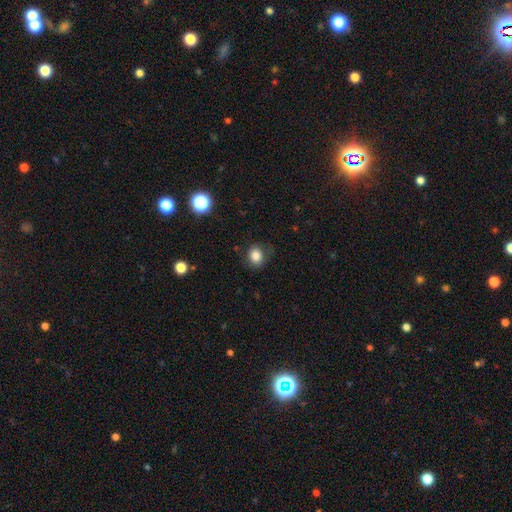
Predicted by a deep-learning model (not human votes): smooth-or-featured: smooth: 83% | star or artifact: 11% | featured or disk: 6%
  how-rounded: round: 62% | in between: 38% | cigar-shaped: 1%
  merging: none: 78% | minor disturbance: 16% | major disturbance: 5% | merger: 1%